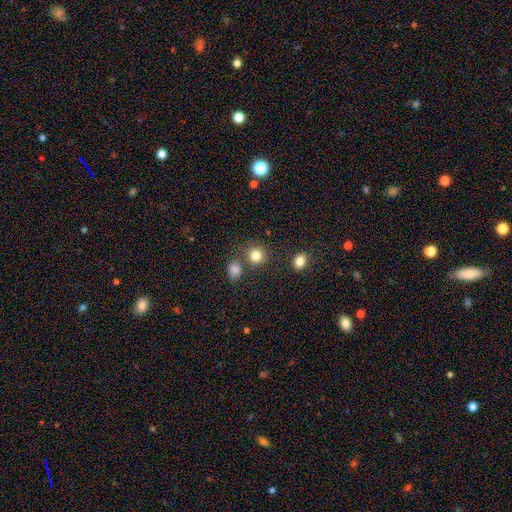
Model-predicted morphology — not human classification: This is clearly a smooth galaxy (82%). How rounded: clearly round (88%). Merging: likely none (74%).